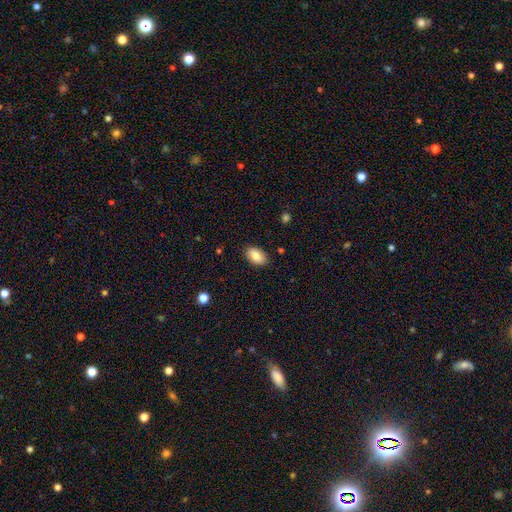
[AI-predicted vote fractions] This appears to be a smooth galaxy with no disk features (85%) that is in between round and cigar-shaped (92%). Merging: none (87%).